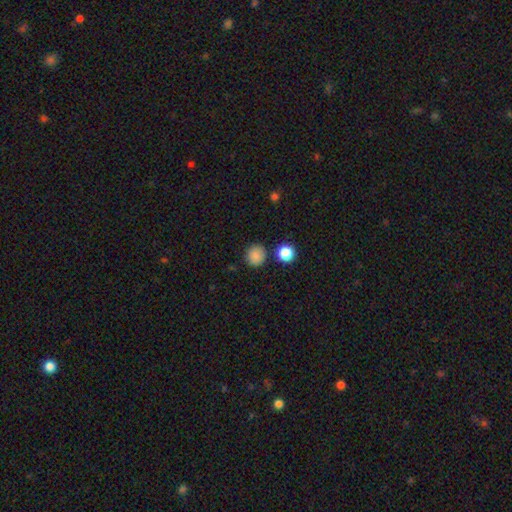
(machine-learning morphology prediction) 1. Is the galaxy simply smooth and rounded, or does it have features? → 85% smooth, 11% star or artifact, 4% featured or disk.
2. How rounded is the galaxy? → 92% round, 7% in between, 1% cigar-shaped.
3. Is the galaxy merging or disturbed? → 84% none, 9% minor disturbance, 5% merger, 3% major disturbance.